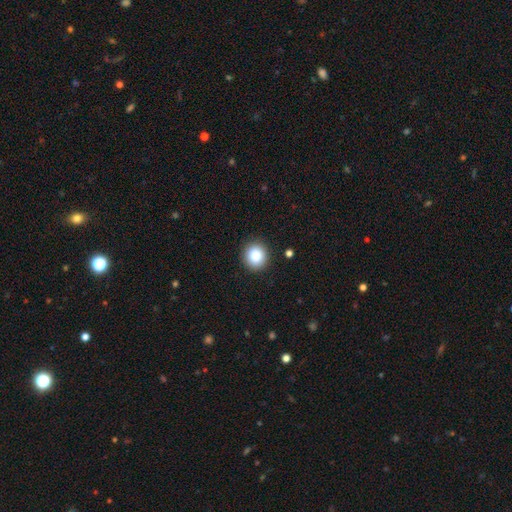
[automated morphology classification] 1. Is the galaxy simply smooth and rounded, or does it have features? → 87% smooth, 9% star or artifact, 4% featured or disk.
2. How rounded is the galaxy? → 89% round, 10% in between, 1% cigar-shaped.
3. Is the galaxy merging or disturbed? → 90% none, 6% minor disturbance, 2% major disturbance, 1% merger.